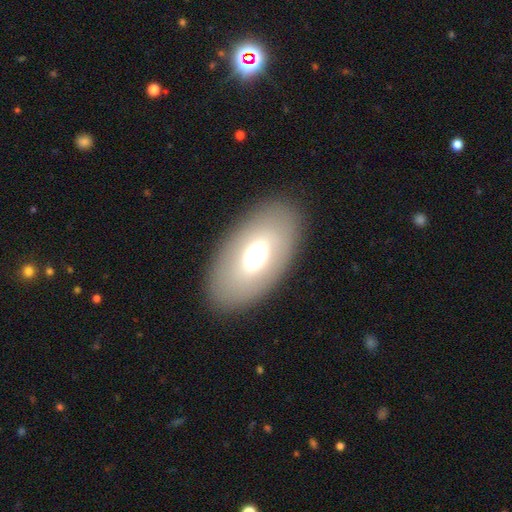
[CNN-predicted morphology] Smooth or featured? smooth (55%)
How rounded? in between (87%)
Merging? none (83%)